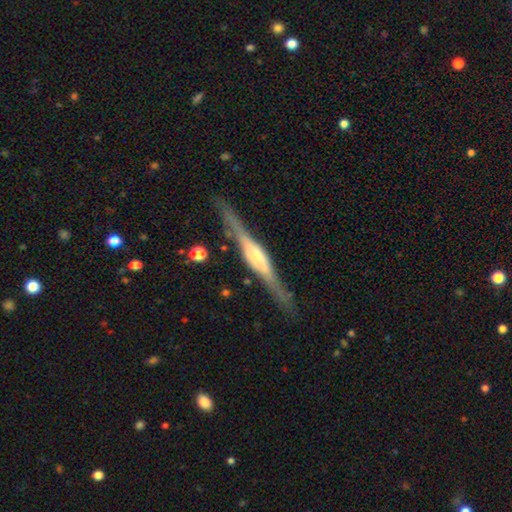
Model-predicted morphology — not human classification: smooth_or_featured: featured or disk (p=0.83) [alt: smooth p=0.12]
disk_edge_on: yes (p=0.97) [alt: no p=0.03]
edge_on_bulge: rounded (p=0.57) [alt: boxy p=0.37]
merging: none (p=0.85) [alt: minor disturbance p=0.11]